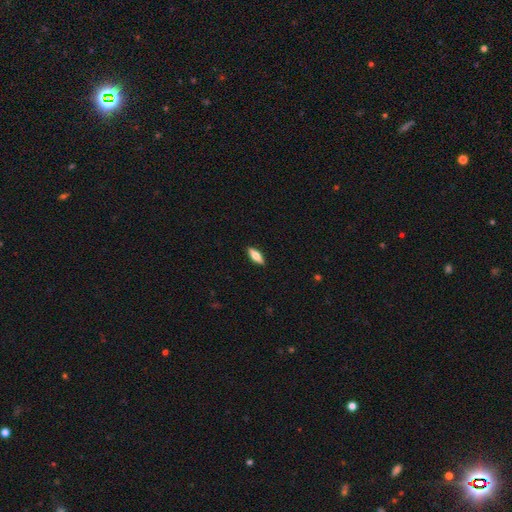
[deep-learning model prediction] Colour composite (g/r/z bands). It shows a smooth galaxy with no disk features (63%) that is in between round and cigar-shaped (61%). Merging: none (90%).